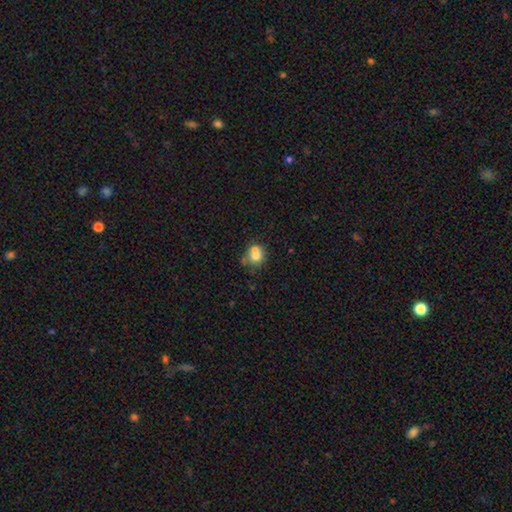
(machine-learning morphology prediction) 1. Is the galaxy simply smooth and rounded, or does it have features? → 70% smooth, 19% featured or disk, 11% star or artifact.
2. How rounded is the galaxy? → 79% round, 20% in between, 1% cigar-shaped.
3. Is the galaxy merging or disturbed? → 48% merger, 39% none, 9% minor disturbance, 4% major disturbance.